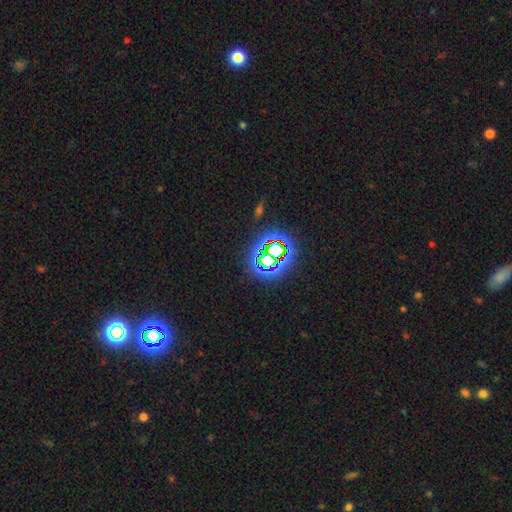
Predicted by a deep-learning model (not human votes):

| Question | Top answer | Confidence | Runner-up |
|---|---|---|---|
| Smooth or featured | star or artifact | 77% | smooth (15%) |